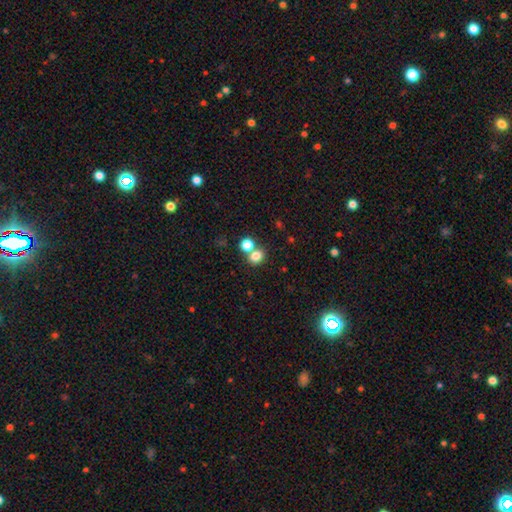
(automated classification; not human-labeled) A smooth galaxy with no disk features (78%) that is round (70%).

Vote fractions:
- Smooth or featured? smooth: 78% / star or artifact: 14% / featured or disk: 7%
- How rounded? round: 70% / in between: 29% / cigar-shaped: 1%
- Merging? none: 56% / merger: 33% / minor disturbance: 8% / major disturbance: 3%